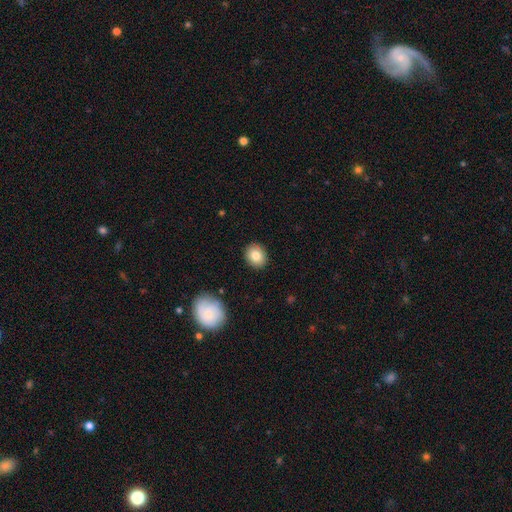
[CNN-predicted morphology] This is clearly a smooth galaxy (82%). How rounded: likely round (68%). Merging: clearly none (90%).